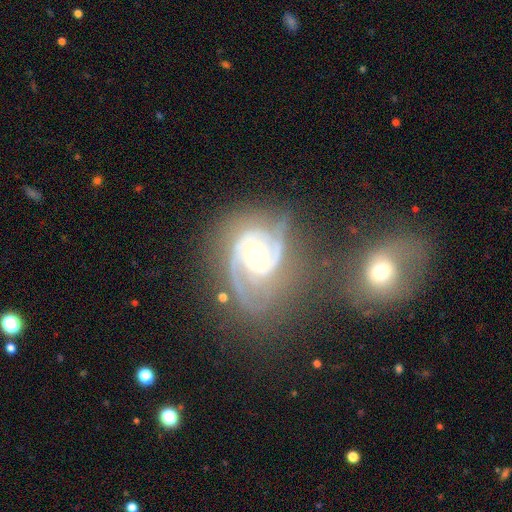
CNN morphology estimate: smooth-or-featured: featured or disk: 91% | star or artifact: 5% | smooth: 4%
  disk-edge-on: no: 98% | yes: 2%
    bar: no: 50% | weak: 37% | strong: 14%
    has-spiral-arms: yes: 98% | no: 2%
      spiral-winding: medium: 46% | tight: 44% | loose: 10%
      spiral-arm-count: 2: 76% | 3: 10% | can't tell: 5% | 1: 4% | 4: 2% | more than 4: 2%
    bulge-size: moderate: 73% | small: 15% | large: 10% | dominant: 1% | none: 1%
  merging: none: 58% | minor disturbance: 21% | major disturbance: 14% | merger: 7%